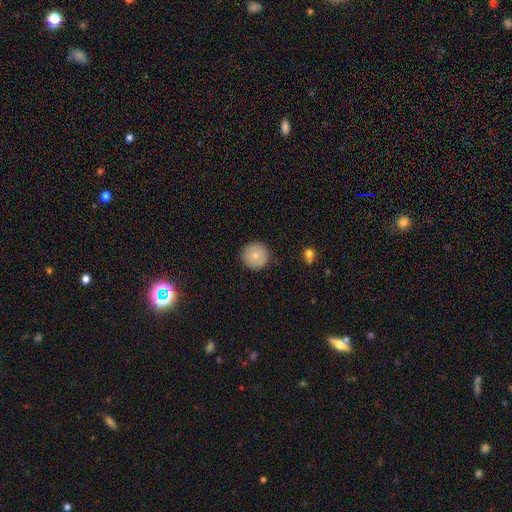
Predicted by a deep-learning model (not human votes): Smooth or featured? Predicted: smooth (p=0.81). How rounded? Predicted: round (p=0.96). Merging? Predicted: none (p=0.92).